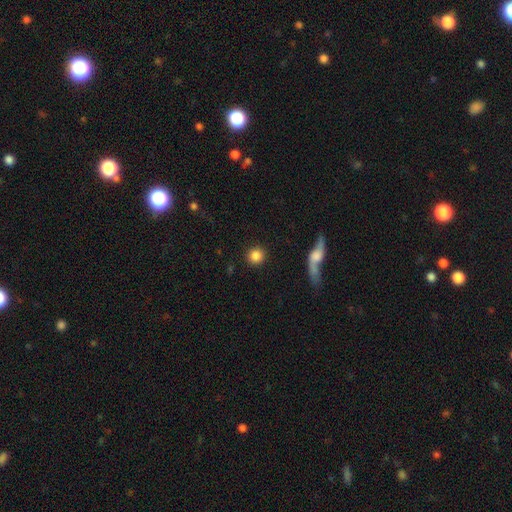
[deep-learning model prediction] Q: Smooth or featured?
A: smooth (85%); runner-up: star or artifact (8%)
Q: How rounded?
A: round (92%); runner-up: in between (6%)
Q: Merging?
A: none (90%); runner-up: minor disturbance (5%)